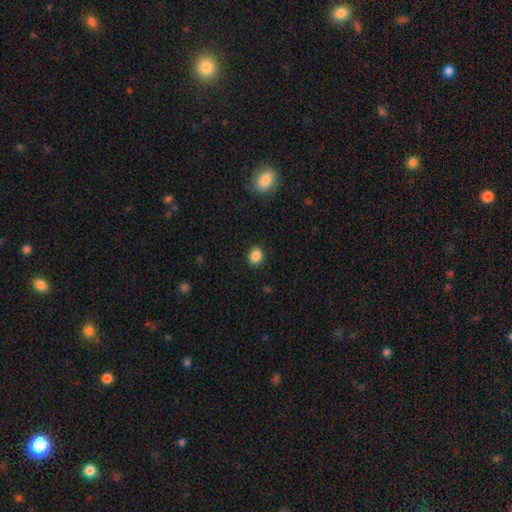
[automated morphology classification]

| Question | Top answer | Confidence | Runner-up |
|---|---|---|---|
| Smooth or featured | smooth | 87% | star or artifact (10%) |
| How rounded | round | 68% | in between (31%) |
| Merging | none | 90% | minor disturbance (7%) |